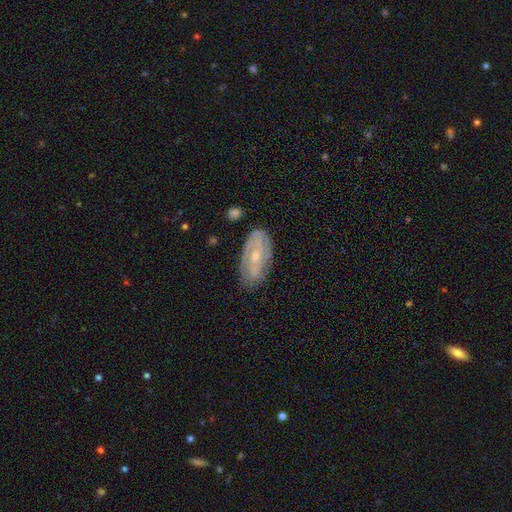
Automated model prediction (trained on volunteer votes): This is likely a featured or disk galaxy (78%). It is clearly not viewed edge-on (93%). Bar: possibly no (53%). Spiral arm pattern: clearly yes (90%). Spiral arm count: possibly 2 (49%). Spiral winding: likely tight (64%). Central bulge: likely small (60%). Merging: likely none (80%).